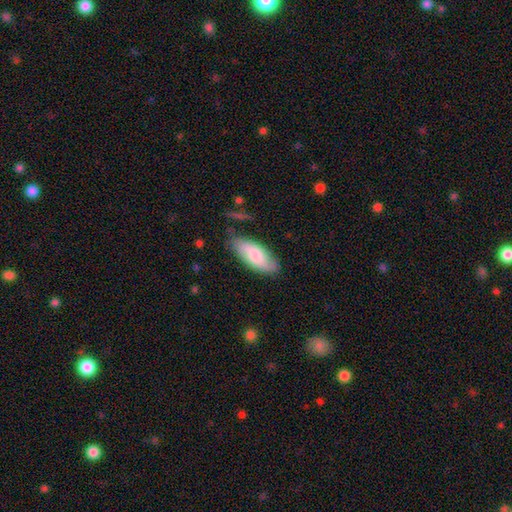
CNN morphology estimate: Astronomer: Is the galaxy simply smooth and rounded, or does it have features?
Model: smooth — 74%.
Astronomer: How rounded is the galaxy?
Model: in between — 83%.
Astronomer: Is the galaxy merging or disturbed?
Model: none — 75%.